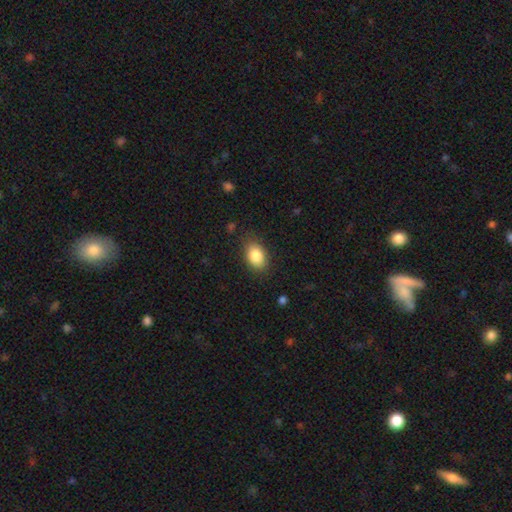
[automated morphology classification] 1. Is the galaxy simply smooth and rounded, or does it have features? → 86% smooth, 8% star or artifact, 6% featured or disk.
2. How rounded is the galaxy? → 84% in between, 14% round, 1% cigar-shaped.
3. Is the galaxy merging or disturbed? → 81% none, 14% minor disturbance, 4% major disturbance, 1% merger.